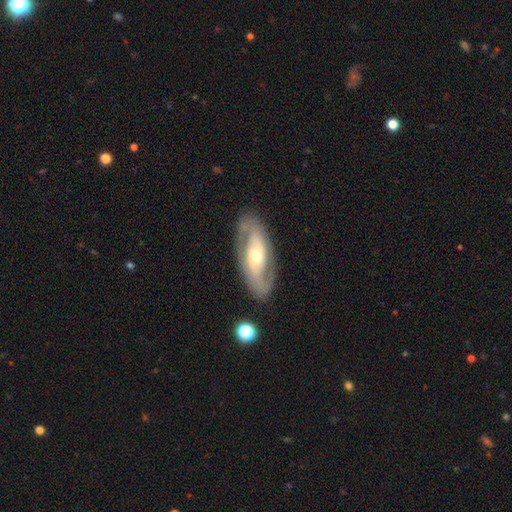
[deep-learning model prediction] smooth_or_featured: featured or disk (p=0.78) [alt: smooth p=0.17]
disk_edge_on: no (p=0.90) [alt: yes p=0.10]
bar: no (p=0.54) [alt: weak p=0.27]
has_spiral_arms: yes (p=0.77) [alt: no p=0.23]
spiral_winding: medium (p=0.43) [alt: tight p=0.34]
spiral_arm_count: 2 (p=0.82) [alt: can't tell p=0.11]
bulge_size: moderate (p=0.57) [alt: small p=0.37]
merging: none (p=0.82) [alt: minor disturbance p=0.11]